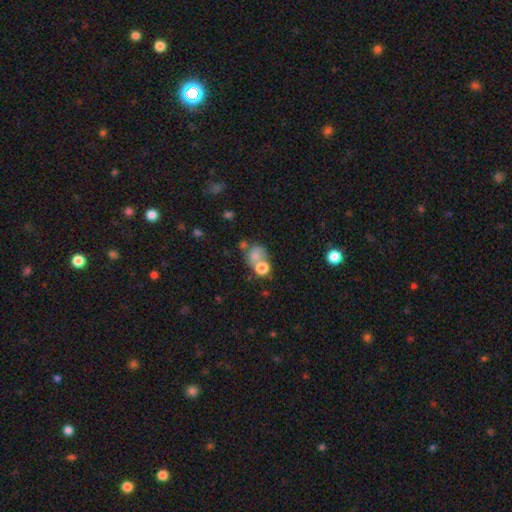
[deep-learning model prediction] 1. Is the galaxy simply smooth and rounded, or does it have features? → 69% smooth, 18% featured or disk, 13% star or artifact.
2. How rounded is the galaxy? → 60% round, 39% in between, 1% cigar-shaped.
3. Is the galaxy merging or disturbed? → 50% merger, 28% none, 11% minor disturbance, 10% major disturbance.